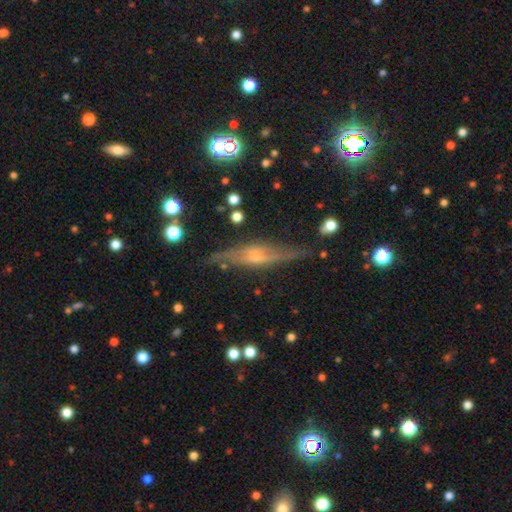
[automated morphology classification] Overall: featured or disk (71%). Edge-on disk: yes (89%). Edge-on bulge: rounded (68%). Merging: none (78%).